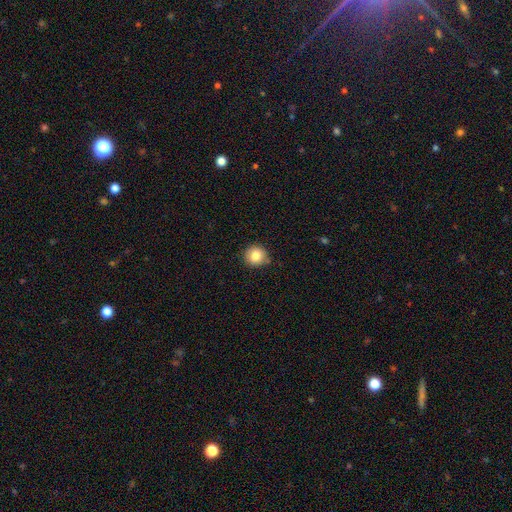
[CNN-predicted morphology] type=smooth (83%); roundness=round (91%); merging=none (81%).